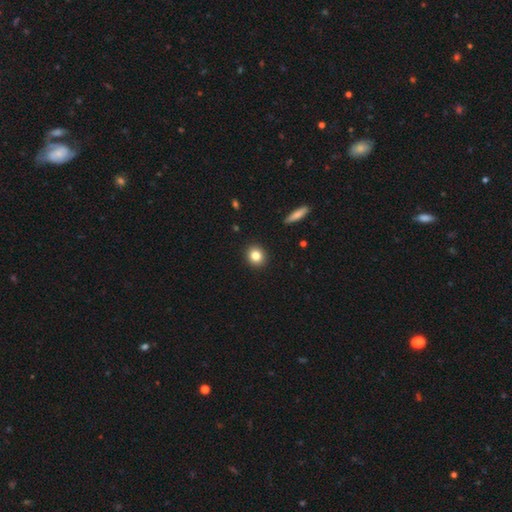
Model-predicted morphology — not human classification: smooth_or_featured: smooth (p=0.83) [alt: star or artifact p=0.10]
how_rounded: round (p=0.82) [alt: in between p=0.17]
merging: none (p=0.92) [alt: minor disturbance p=0.05]